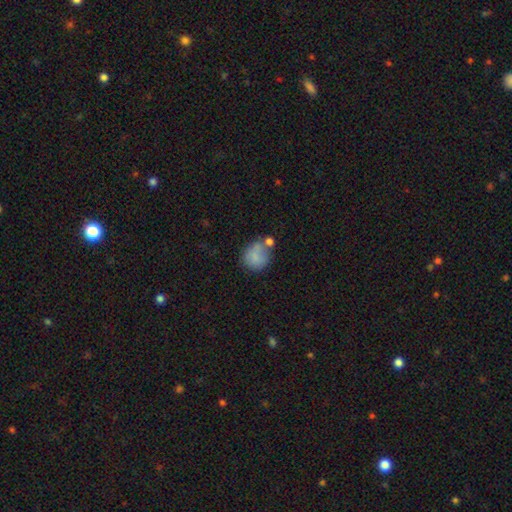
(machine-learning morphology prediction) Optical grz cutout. It shows a smooth galaxy with no disk features (78%) that is round (76%). Merging: none (45%).